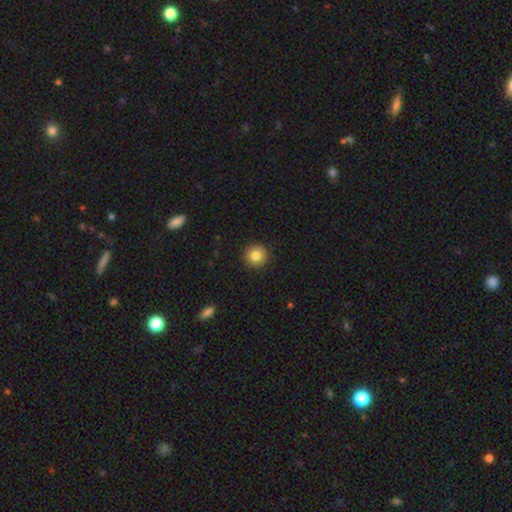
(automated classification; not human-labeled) Q: Smooth or featured?
A: smooth (84%); runner-up: star or artifact (10%)
Q: How rounded?
A: round (94%); runner-up: in between (5%)
Q: Merging?
A: none (92%); runner-up: minor disturbance (5%)